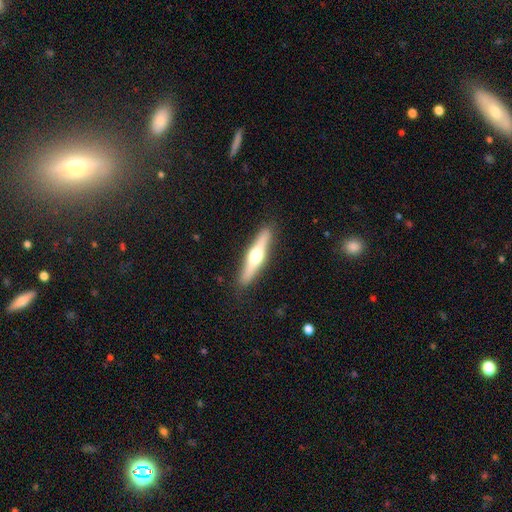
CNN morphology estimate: Smooth or featured? Predicted: featured or disk (p=0.60). Edge-on disk? Predicted: yes (p=0.96). Edge-on bulge? Predicted: rounded (p=0.92). Merging? Predicted: none (p=0.89).